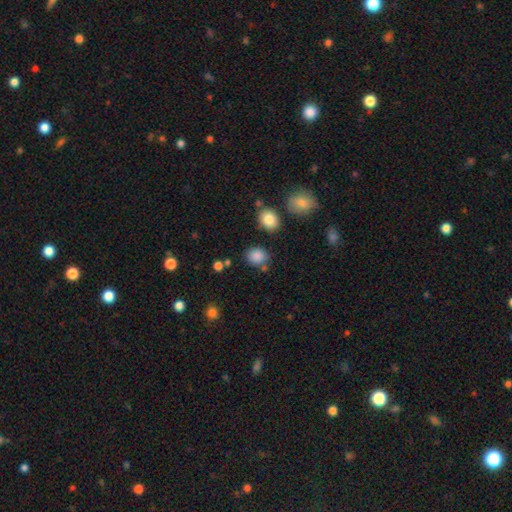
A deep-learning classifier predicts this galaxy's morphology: A smooth galaxy with no disk features (85%) that is round (69%). Merging: none (76%).